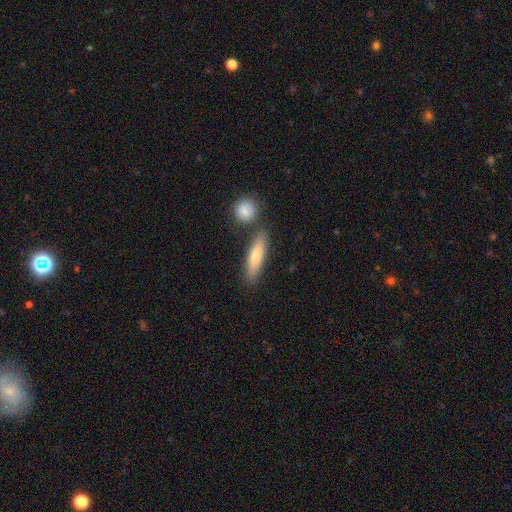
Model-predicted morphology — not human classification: The model was most divided on "how rounded": cigar-shaped: 70%, in between: 28%, round: 3%. More confident: smooth or featured — smooth (77%); merging — none (74%).